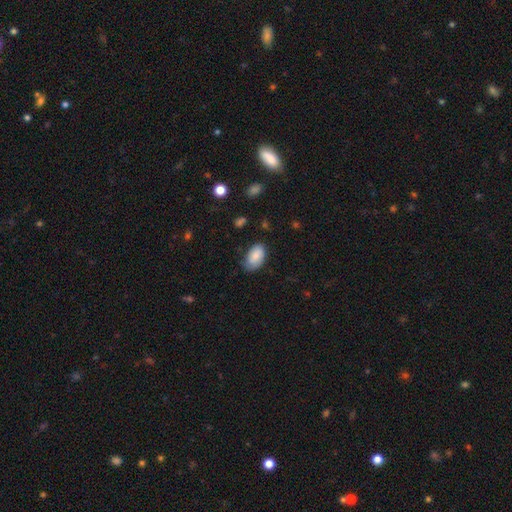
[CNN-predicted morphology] smooth_or_featured: smooth (p=0.84) [alt: featured or disk p=0.10]
how_rounded: in between (p=0.93) [alt: round p=0.06]
merging: none (p=0.68) [alt: minor disturbance p=0.25]